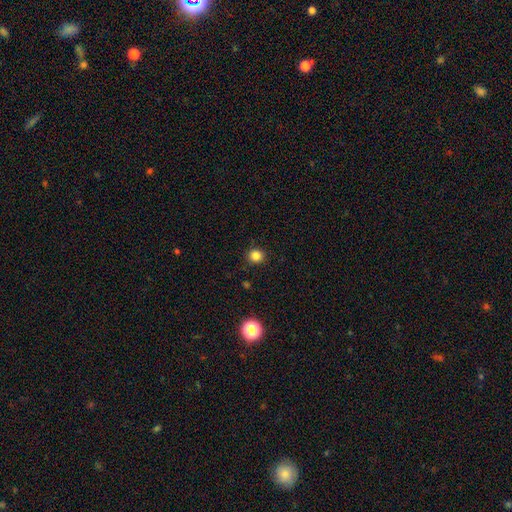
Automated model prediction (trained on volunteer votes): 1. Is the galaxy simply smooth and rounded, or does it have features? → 83% smooth, 13% star or artifact, 4% featured or disk.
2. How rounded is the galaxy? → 89% round, 11% in between, 1% cigar-shaped.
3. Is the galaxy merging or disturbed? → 90% none, 7% minor disturbance, 2% major disturbance, 1% merger.